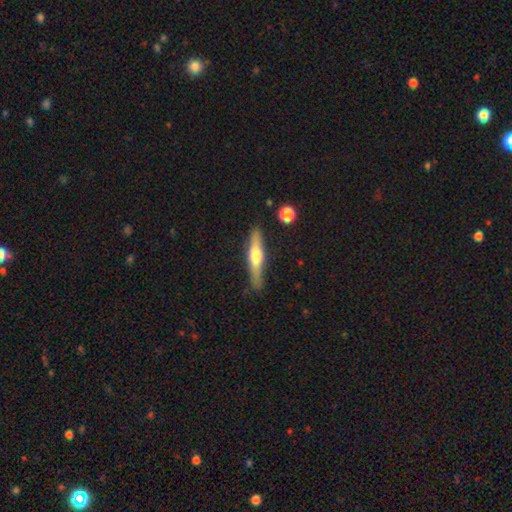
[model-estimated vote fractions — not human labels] Smooth or featured? Predicted: featured or disk (p=0.56). Edge-on disk? Predicted: yes (p=0.94). Edge-on bulge? Predicted: rounded (p=0.89). Merging? Predicted: none (p=0.84).